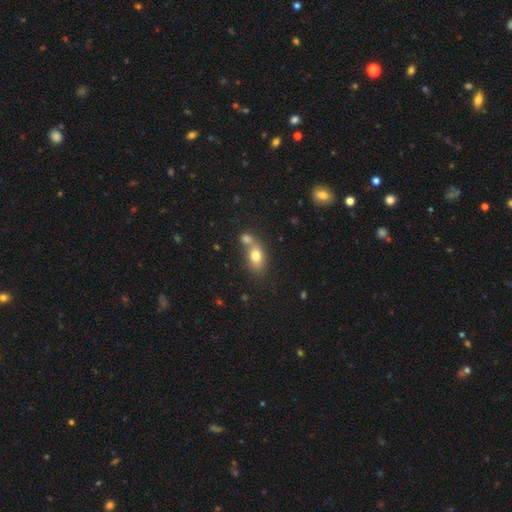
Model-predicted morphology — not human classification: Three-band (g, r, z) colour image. It shows a smooth galaxy with no disk features (75%) that is in between round and cigar-shaped (76%). Merging: merger (45%).